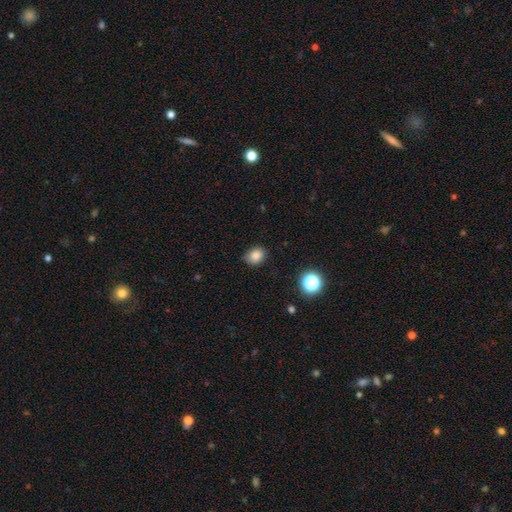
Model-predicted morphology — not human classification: Smooth or featured? smooth (83%)
How rounded? in between (50%)
Merging? none (77%)